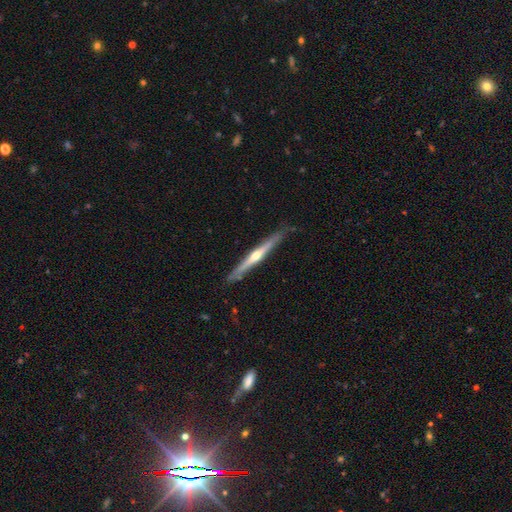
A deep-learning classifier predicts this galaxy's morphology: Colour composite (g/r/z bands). It shows a featured or disk galaxy (72%) viewed edge-on (97%) with a rounded central bulge (85%). Merging: none (86%).